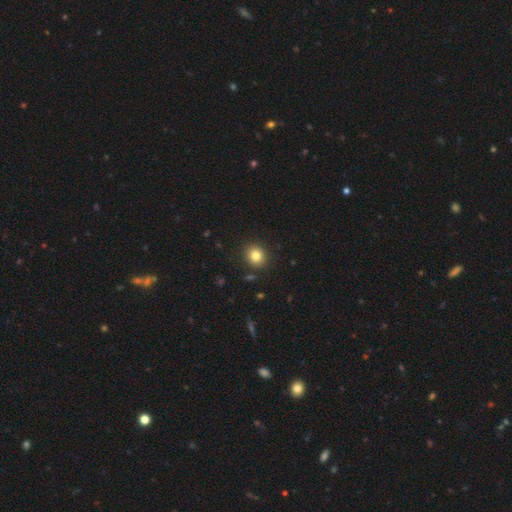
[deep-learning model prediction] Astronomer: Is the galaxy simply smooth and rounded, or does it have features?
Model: smooth — 82%.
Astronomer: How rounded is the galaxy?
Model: round — 76%.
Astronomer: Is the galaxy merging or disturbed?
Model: none — 89%.